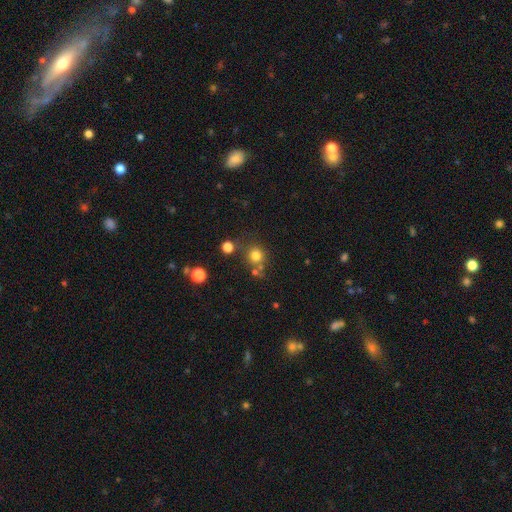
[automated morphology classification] Overall: smooth (76%). How rounded: round (90%). Merging: none (69%).